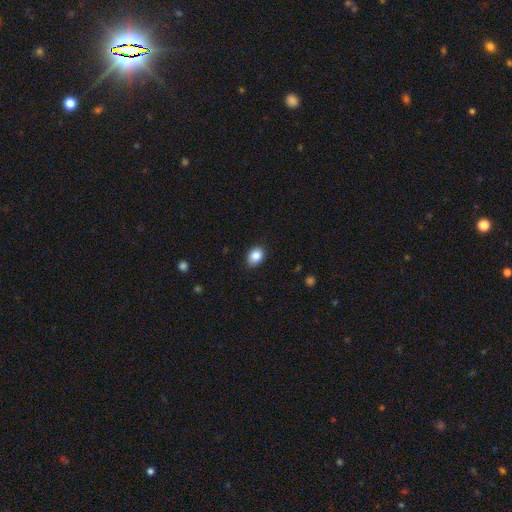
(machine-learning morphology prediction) Smooth or featured?
  - smooth: 88% *
  - star or artifact: 8%
  - featured or disk: 4%
How rounded?
  - in between: 63% *
  - round: 36%
  - cigar-shaped: 1%
Merging?
  - none: 85% *
  - minor disturbance: 12%
  - major disturbance: 2%
  - merger: 1%